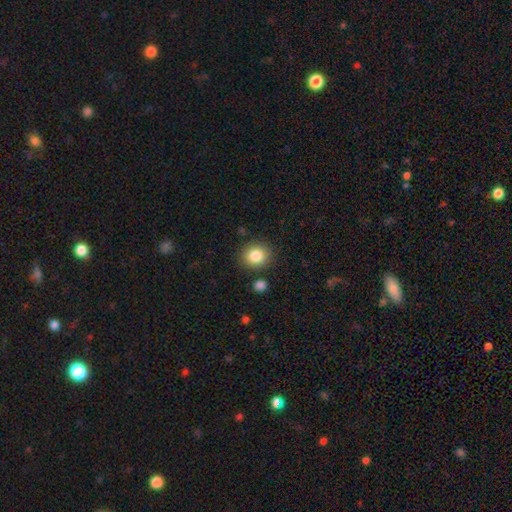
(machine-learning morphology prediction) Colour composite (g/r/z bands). It shows a smooth galaxy with no disk features (85%) that is round (78%). Merging: none (84%).